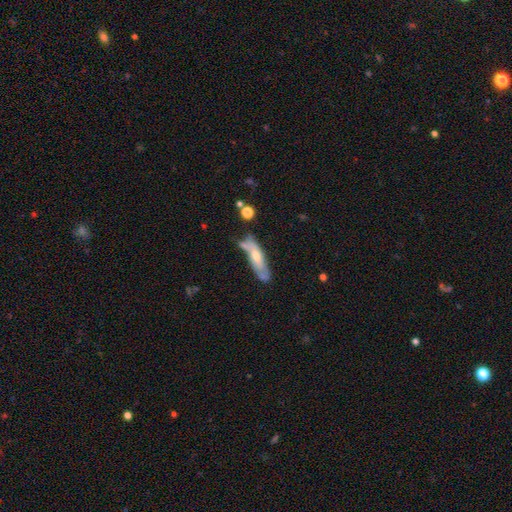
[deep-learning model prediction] A featured or disk galaxy (52%).

Vote fractions:
- Smooth or featured? featured or disk: 52% / smooth: 41% / star or artifact: 7%
- Edge-on disk? no: 54% / yes: 46%
- Merging? none: 50% / minor disturbance: 27% / merger: 12% / major disturbance: 10%